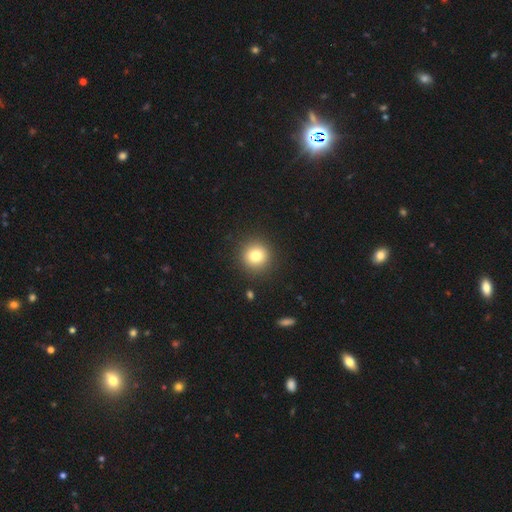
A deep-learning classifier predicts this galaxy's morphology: A smooth galaxy with no disk features (80%) that is round (93%).

Vote fractions:
- Smooth or featured? smooth: 80% / star or artifact: 11% / featured or disk: 8%
- How rounded? round: 93% / in between: 6% / cigar-shaped: 1%
- Merging? none: 91% / minor disturbance: 6% / major disturbance: 2% / merger: 1%